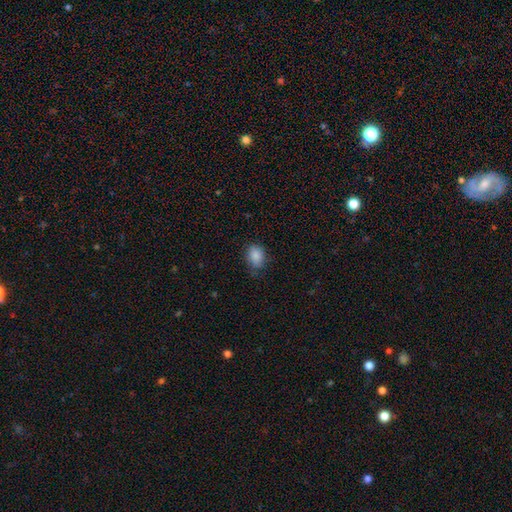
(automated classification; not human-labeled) Smooth or featured? Predicted: smooth (p=0.86). How rounded? Predicted: in between (p=0.66). Merging? Predicted: none (p=0.71).